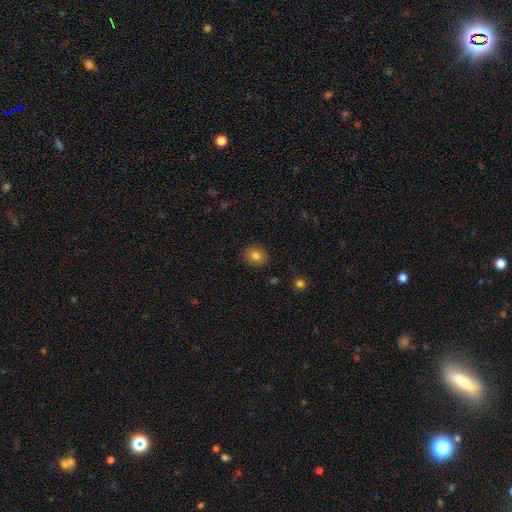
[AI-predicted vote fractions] Smooth or featured? smooth (83%)
How rounded? round (58%)
Merging? none (88%)